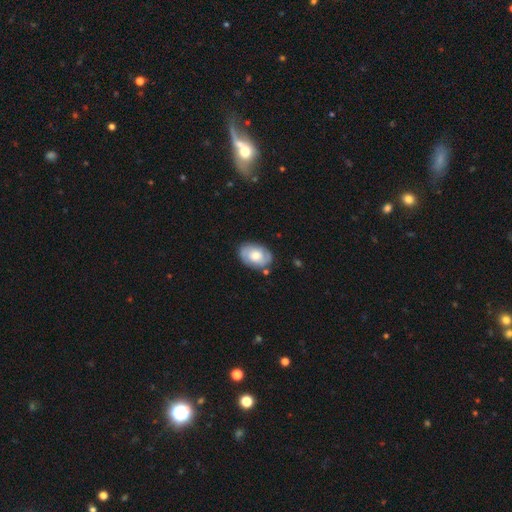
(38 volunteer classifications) Morphology: type=featured or disk (63%); edge-on=no (96%); bar=weak (57%); spiral arms=yes (100%); winding=medium (43%); arm count=2 (74%); bulge=moderate (70%); merging=none (81%).